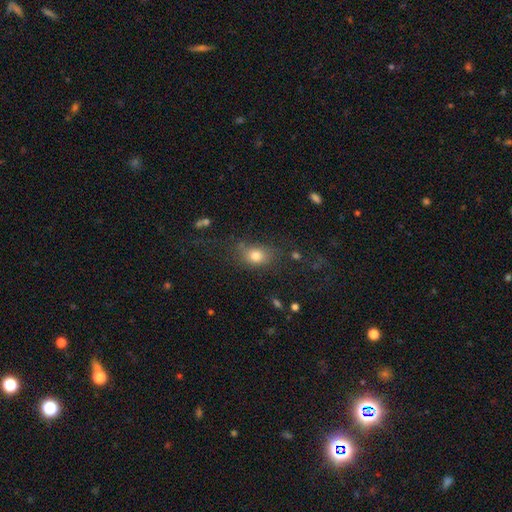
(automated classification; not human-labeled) Morphology: type=smooth (78%); roundness=in between (61%); merging=none (69%).